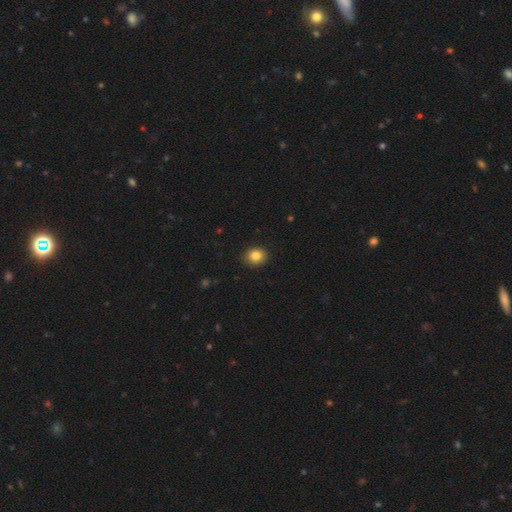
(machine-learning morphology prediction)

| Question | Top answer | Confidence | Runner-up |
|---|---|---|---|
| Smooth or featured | smooth | 84% | star or artifact (10%) |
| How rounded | round | 61% | in between (38%) |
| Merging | none | 90% | minor disturbance (8%) |